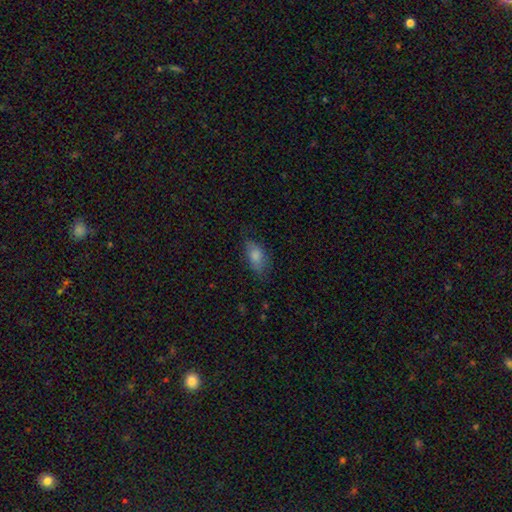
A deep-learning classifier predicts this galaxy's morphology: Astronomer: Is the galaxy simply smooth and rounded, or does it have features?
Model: smooth — 81%.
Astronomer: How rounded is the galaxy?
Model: in between — 89%.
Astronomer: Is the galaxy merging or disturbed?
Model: none — 66%.